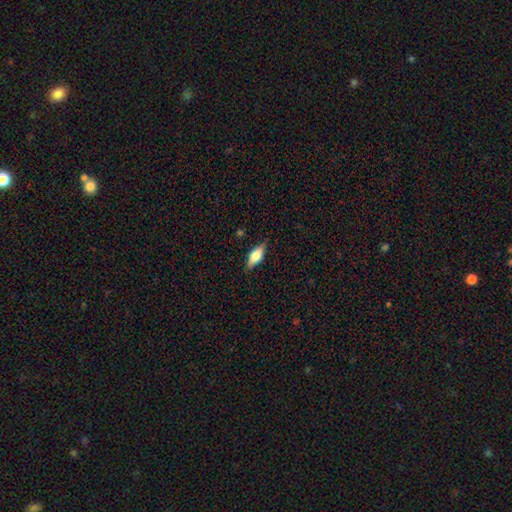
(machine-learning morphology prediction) Smooth or featured: smooth — 54% (featured or disk — 39%)
How rounded: in between — 71% (cigar-shaped — 26%)
Merging: none — 83% (minor disturbance — 13%)